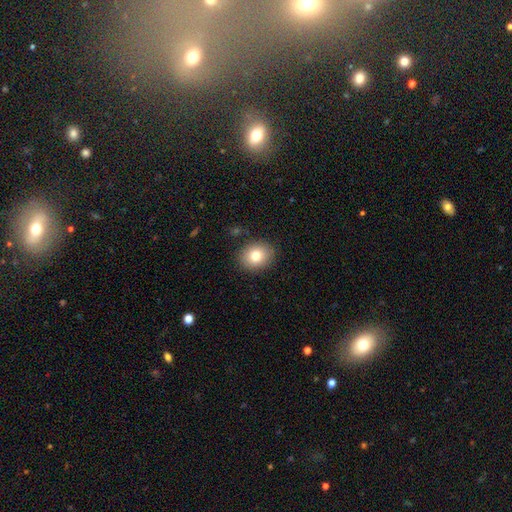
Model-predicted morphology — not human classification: Smooth or featured? Predicted: smooth (p=0.79). How rounded? Predicted: round (p=0.55). Merging? Predicted: none (p=0.87).